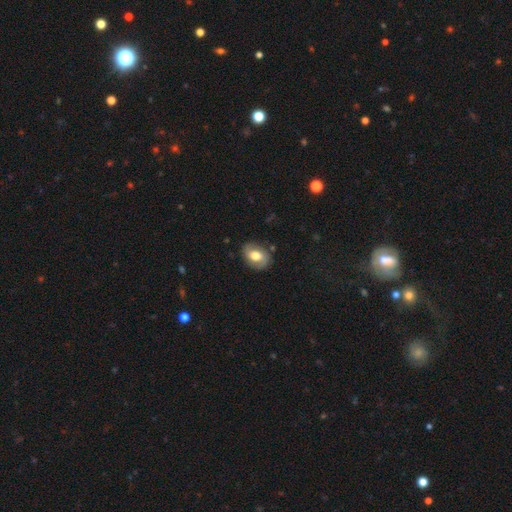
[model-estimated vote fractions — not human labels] Morphology: type=featured or disk (47%); merging=none (79%).